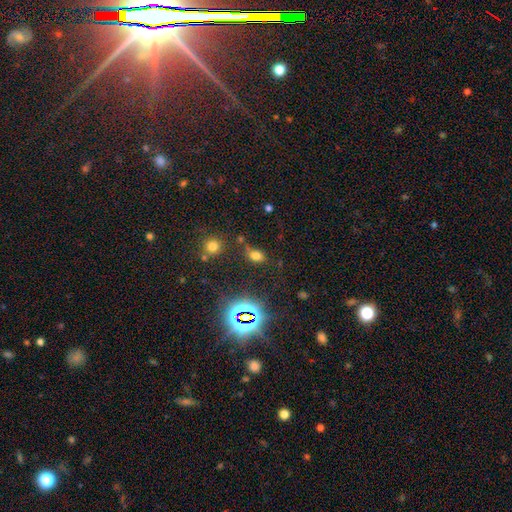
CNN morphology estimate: Smooth or featured: smooth — 64% (star or artifact — 28%)
How rounded: in between — 76% (round — 21%)
Merging: none — 67% (minor disturbance — 16%)